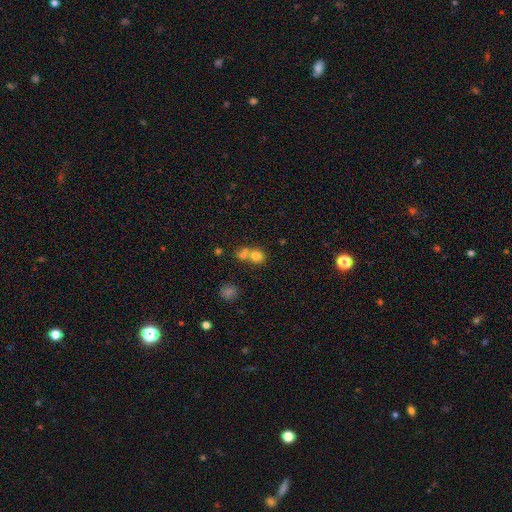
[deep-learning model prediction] This is likely a smooth galaxy (74%). How rounded: likely round (80%). Merging: possibly merger (50%).